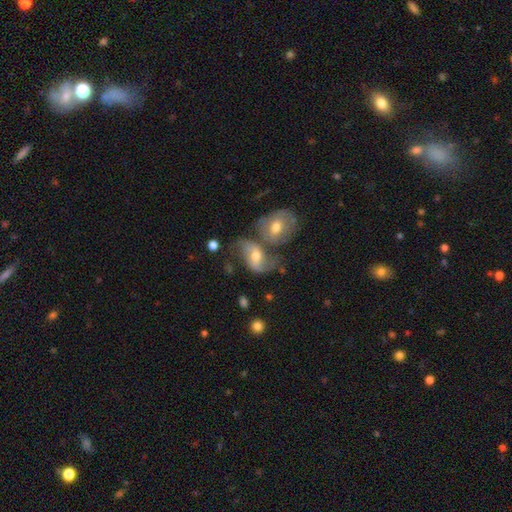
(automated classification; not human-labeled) This is marginally a featured or disk galaxy (43%). Merging: possibly merger (47%).